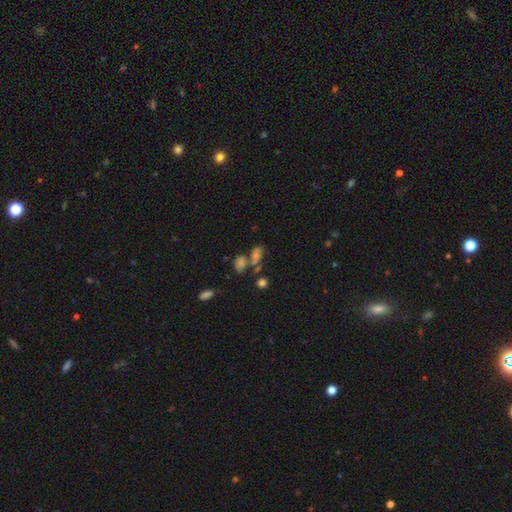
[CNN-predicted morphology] type=smooth (54%); roundness=in between (72%); merging=none (39%).